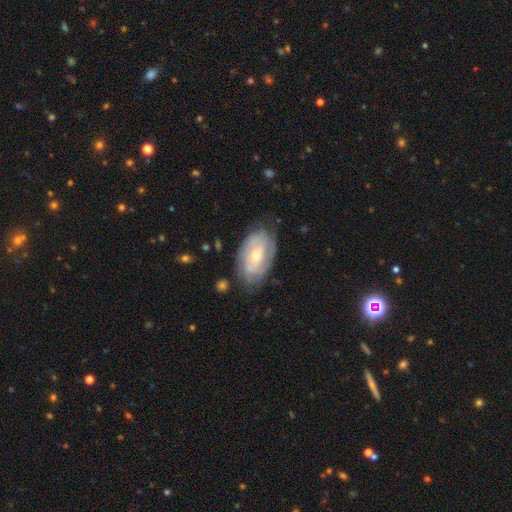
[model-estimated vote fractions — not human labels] Morphology: type=featured or disk (72%); edge-on=no (95%); bar=no (56%); spiral arms=yes (85%); winding=tight (65%); arm count=can't tell (43%); bulge=small (56%); merging=none (73%).